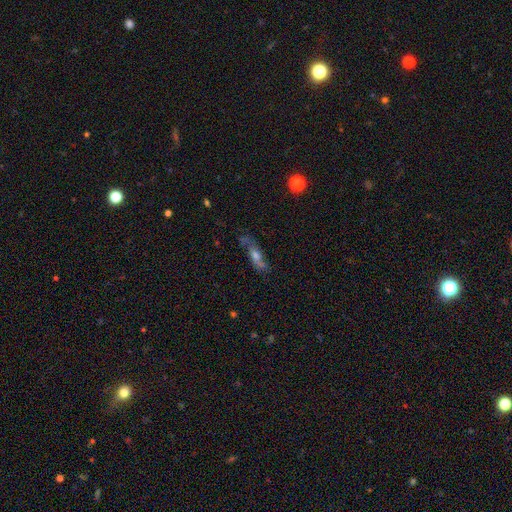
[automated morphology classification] The model was most divided on "edge-on disk": no: 64%, yes: 36%. More confident: merging — none (66%); smooth or featured — featured or disk (64%).